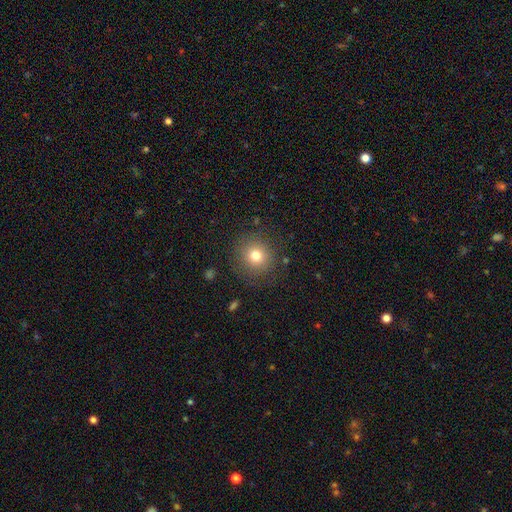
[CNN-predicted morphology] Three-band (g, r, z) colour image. It shows a smooth galaxy with no disk features (77%) that is round (91%). Merging: none (86%).